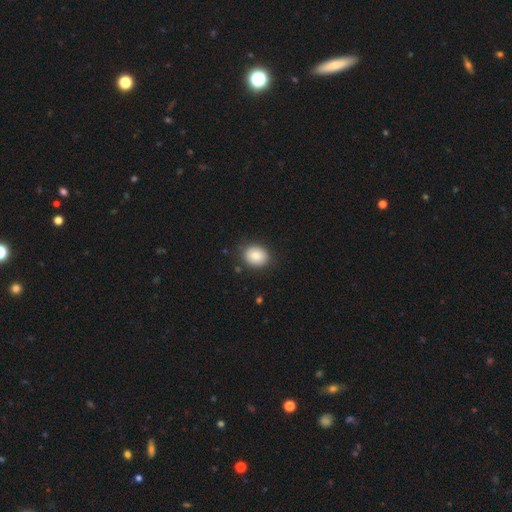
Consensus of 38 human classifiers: smooth-or-featured: smooth: 89% | star or artifact: 8% | featured or disk: 3%
  how-rounded: round: 71% | in between: 29% | cigar-shaped: 0%
  merging: none: 91% | minor disturbance: 6% | merger: 3% | major disturbance: 0%